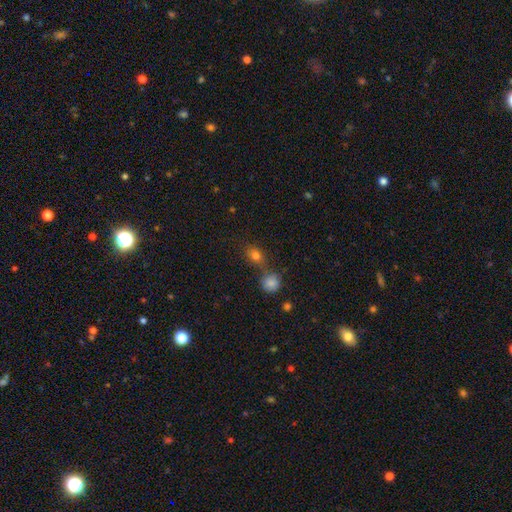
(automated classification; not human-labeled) Q: Smooth or featured?
A: smooth (77%); runner-up: star or artifact (15%)
Q: How rounded?
A: in between (52%); runner-up: round (46%)
Q: Merging?
A: none (59%); runner-up: merger (25%)